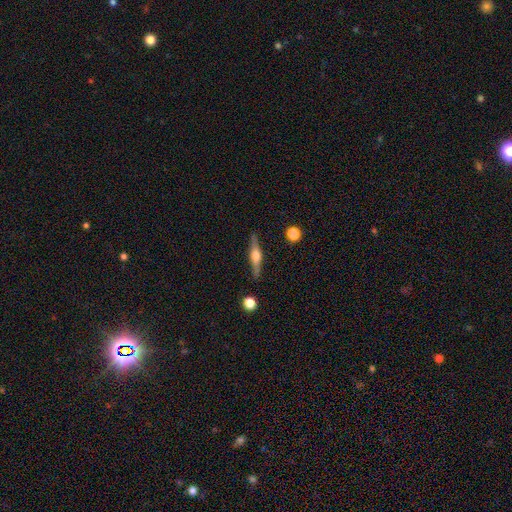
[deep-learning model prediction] featured or disk 72%, smooth 22%, star or artifact 6%. Down the decision tree: edge-on disk — yes (97%); edge-on bulge — rounded (89%); merging — none (87%).